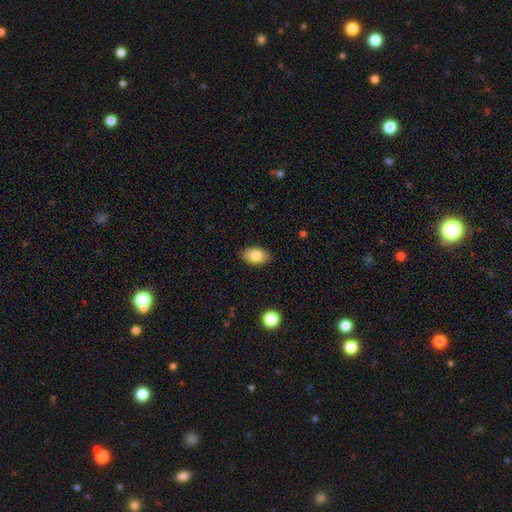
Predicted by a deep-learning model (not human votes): Smooth or featured? smooth (81%)
How rounded? in between (89%)
Merging? none (87%)